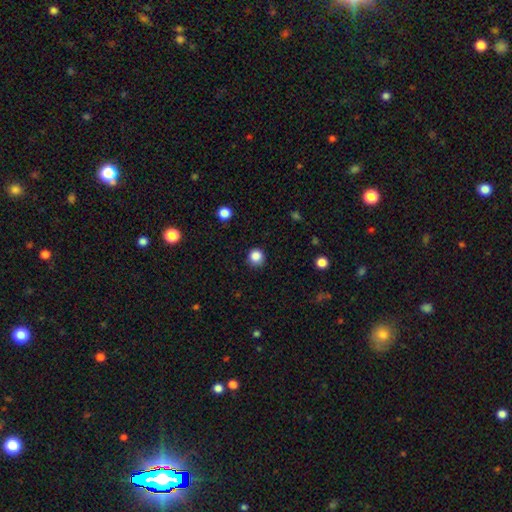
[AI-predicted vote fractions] Morphology: type=smooth (86%); roundness=round (93%); merging=none (89%).